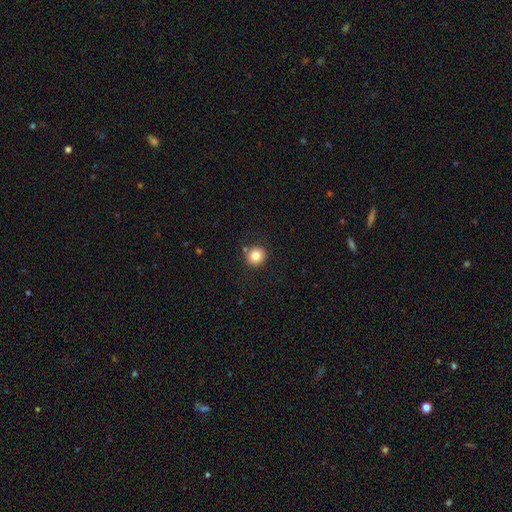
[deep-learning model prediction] Q: Smooth or featured?
A: smooth (84%); runner-up: star or artifact (10%)
Q: How rounded?
A: round (93%); runner-up: in between (6%)
Q: Merging?
A: none (87%); runner-up: minor disturbance (8%)